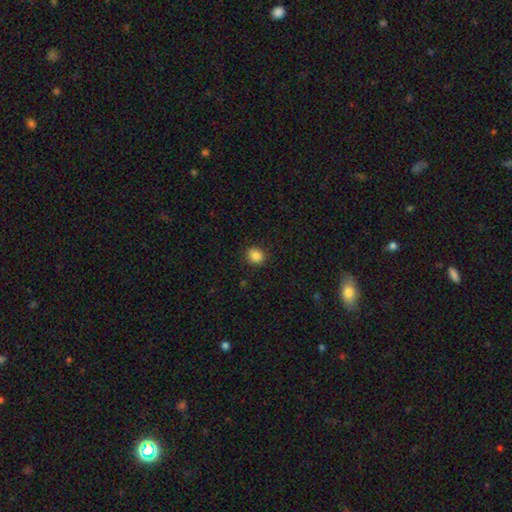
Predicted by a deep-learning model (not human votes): Smooth or featured: smooth — 85% (star or artifact — 11%)
How rounded: round — 73% (in between — 26%)
Merging: none — 86% (minor disturbance — 10%)